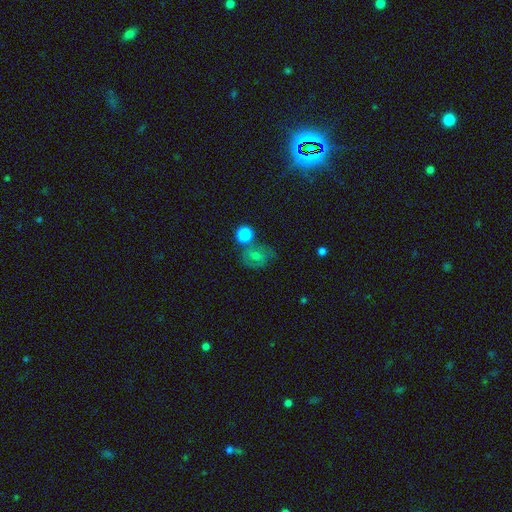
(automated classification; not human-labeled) Smooth or featured? Predicted: smooth (p=0.49). Merging? Predicted: none (p=0.55).